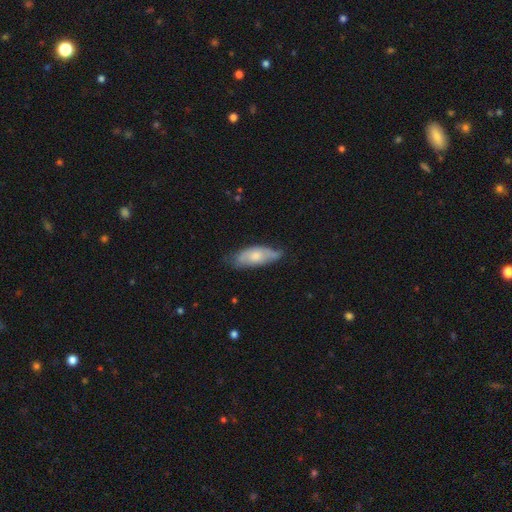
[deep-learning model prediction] Q: Smooth or featured?
A: smooth (59%); runner-up: featured or disk (35%)
Q: How rounded?
A: in between (77%); runner-up: cigar-shaped (21%)
Q: Merging?
A: none (58%); runner-up: minor disturbance (33%)